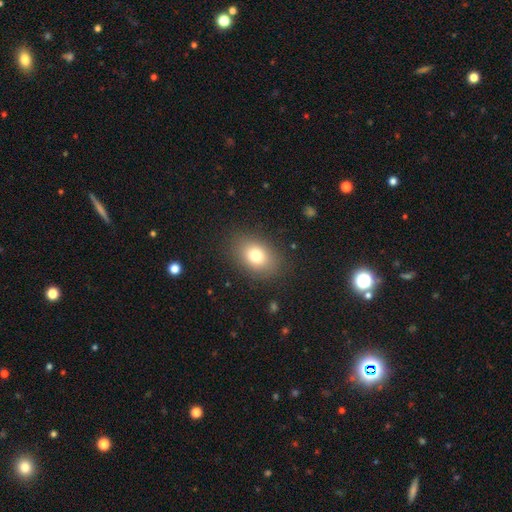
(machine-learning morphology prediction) Smooth or featured? smooth (77%)
How rounded? in between (73%)
Merging? none (85%)